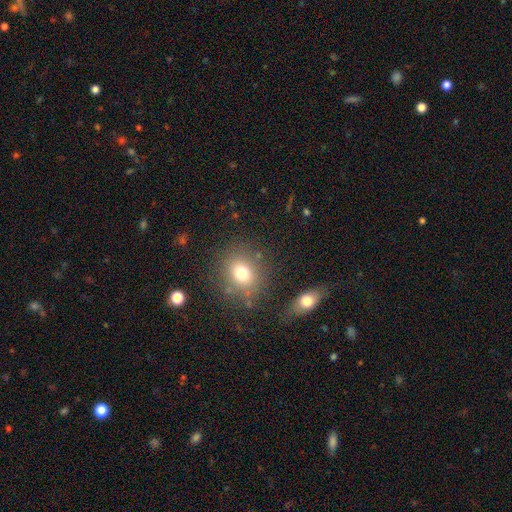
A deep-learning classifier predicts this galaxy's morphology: A smooth galaxy with no disk features (62%) that is round (77%). Merging: none (79%).